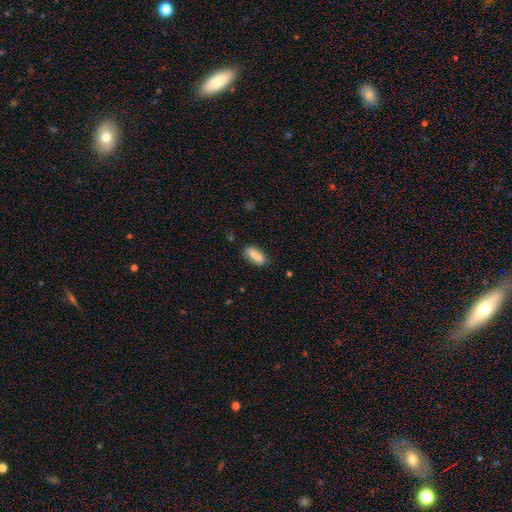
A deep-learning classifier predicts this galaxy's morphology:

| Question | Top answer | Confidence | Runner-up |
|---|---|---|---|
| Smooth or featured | smooth | 84% | featured or disk (9%) |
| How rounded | in between | 68% | cigar-shaped (29%) |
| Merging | none | 80% | minor disturbance (15%) |